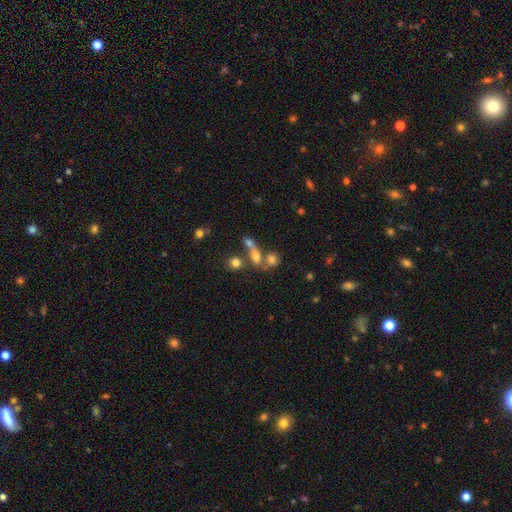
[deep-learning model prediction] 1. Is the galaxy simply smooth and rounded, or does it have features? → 67% smooth, 18% star or artifact, 15% featured or disk.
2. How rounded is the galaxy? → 47% round, 44% in between, 9% cigar-shaped.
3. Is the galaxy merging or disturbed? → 42% merger, 39% none, 10% minor disturbance, 9% major disturbance.